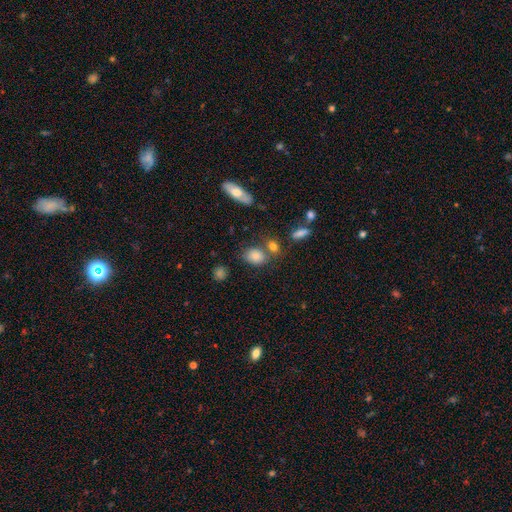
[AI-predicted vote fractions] Smooth or featured: smooth — 80% (star or artifact — 12%)
How rounded: in between — 63% (round — 35%)
Merging: none — 64% (merger — 16%)